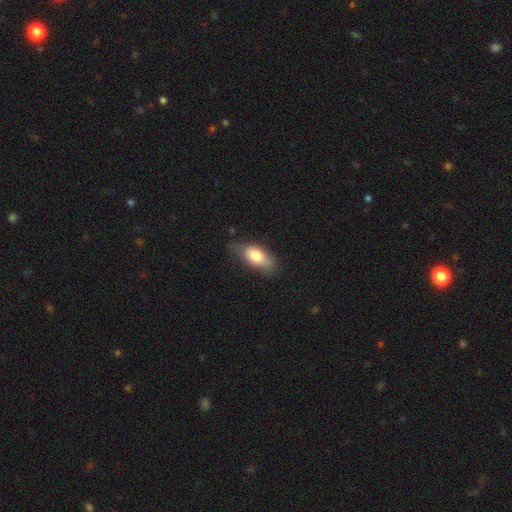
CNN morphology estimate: Q: Smooth or featured?
A: smooth (75%); runner-up: featured or disk (19%)
Q: How rounded?
A: in between (87%); runner-up: cigar-shaped (9%)
Q: Merging?
A: none (64%); runner-up: minor disturbance (28%)